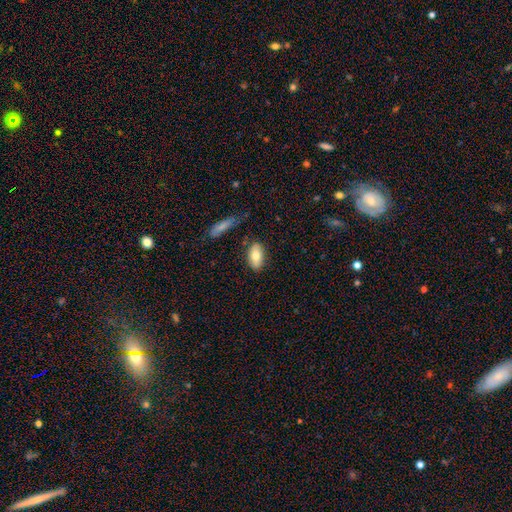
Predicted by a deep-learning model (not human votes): A smooth galaxy with no disk features (76%) that is in between round and cigar-shaped (90%). Merging: none (80%).